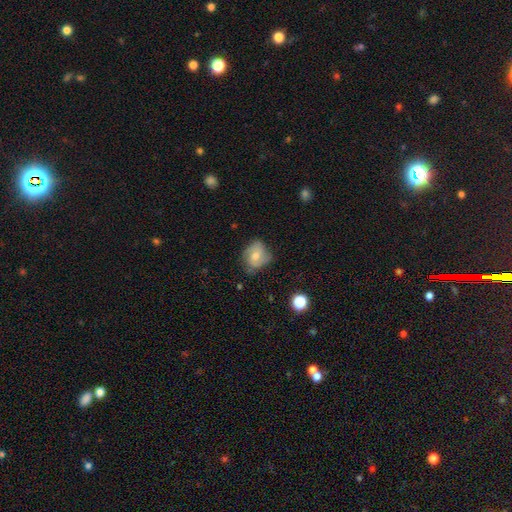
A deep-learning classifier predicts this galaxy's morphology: The model was most divided on "smooth or featured": featured or disk: 51%, smooth: 40%, star or artifact: 10%. More confident: edge-on disk — no (96%); merging — none (65%).